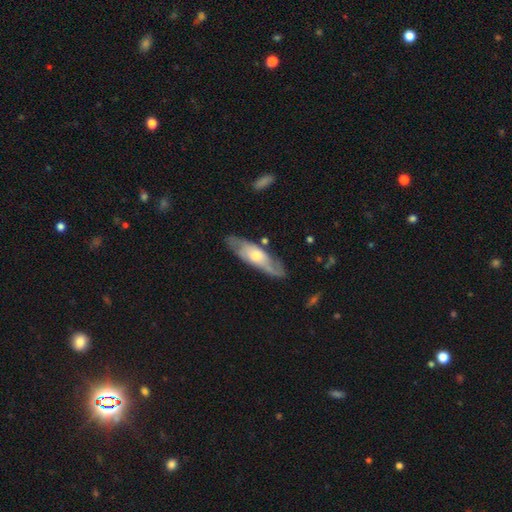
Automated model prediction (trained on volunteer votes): smooth-or-featured: featured or disk: 62% | smooth: 33% | star or artifact: 6%
  disk-edge-on: no: 69% | yes: 31%
  merging: none: 74% | minor disturbance: 18% | major disturbance: 5% | merger: 3%